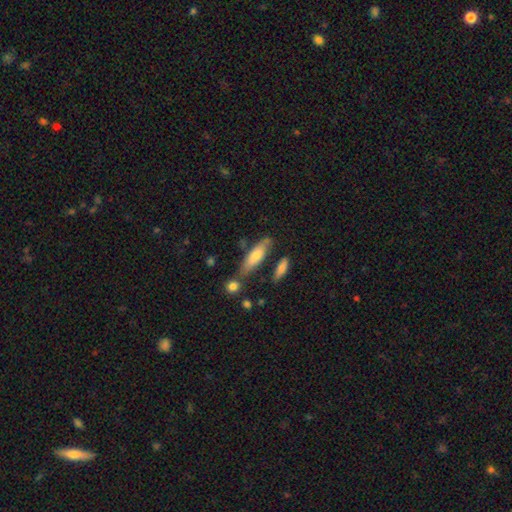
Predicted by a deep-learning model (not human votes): Smooth or featured?
  - smooth: 69% *
  - featured or disk: 24%
  - star or artifact: 7%
How rounded?
  - cigar-shaped: 53% *
  - in between: 45%
  - round: 2%
Merging?
  - none: 64% *
  - minor disturbance: 20%
  - merger: 11%
  - major disturbance: 5%